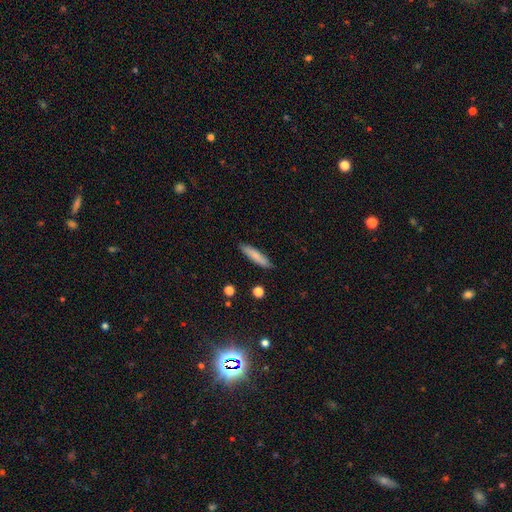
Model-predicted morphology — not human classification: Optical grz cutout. It shows a smooth galaxy with no disk features (81%) that is cigar-shaped (81%). Merging: none (88%).